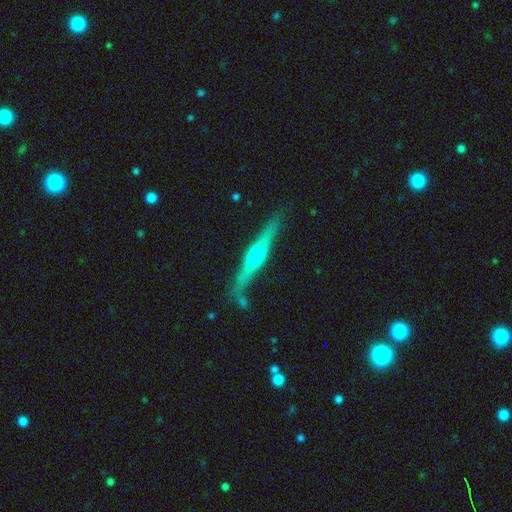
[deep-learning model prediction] Overall: featured or disk (70%). Edge-on disk: yes (96%). Edge-on bulge: rounded (81%). Merging: none (79%).